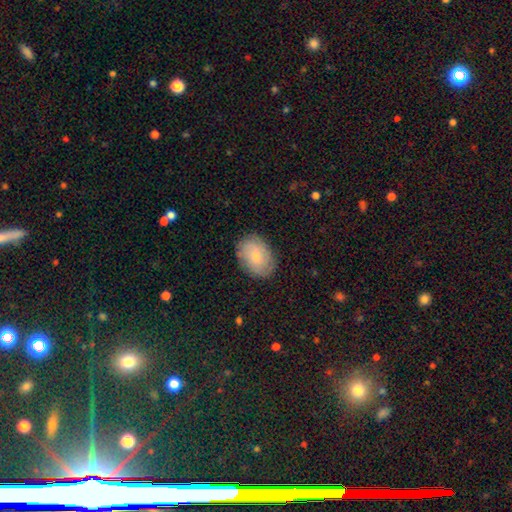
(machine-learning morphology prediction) smooth-or-featured: smooth: 67% | featured or disk: 26% | star or artifact: 7%
  how-rounded: in between: 74% | round: 25% | cigar-shaped: 1%
  merging: none: 83% | minor disturbance: 13% | major disturbance: 3% | merger: 1%